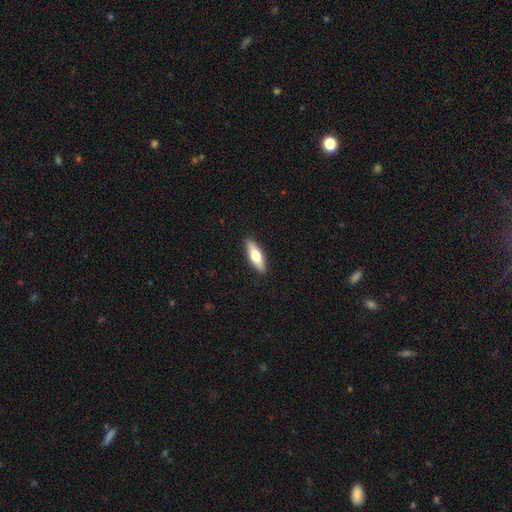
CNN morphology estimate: A smooth galaxy with no disk features (60%) that is cigar-shaped (53%). Merging: none (90%).